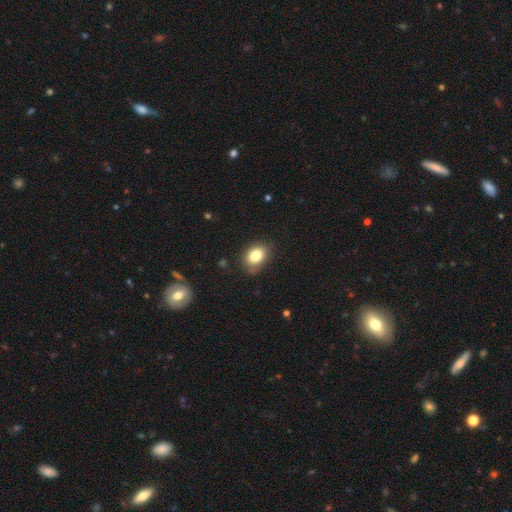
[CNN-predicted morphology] Smooth or featured? Predicted: smooth (p=0.83). How rounded? Predicted: in between (p=0.74). Merging? Predicted: none (p=0.78).